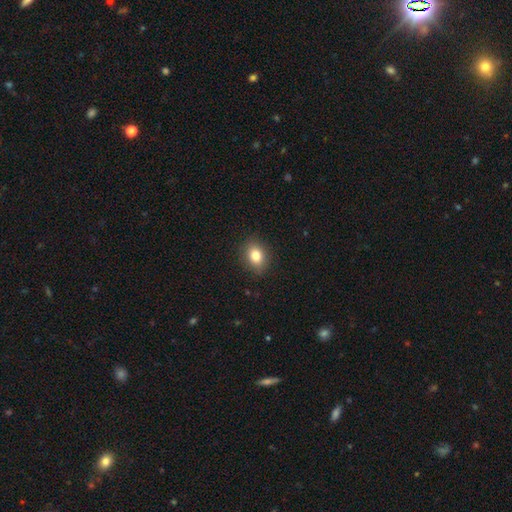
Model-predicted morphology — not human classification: A smooth galaxy with no disk features (82%) that is in between round and cigar-shaped (64%). Merging: none (88%).